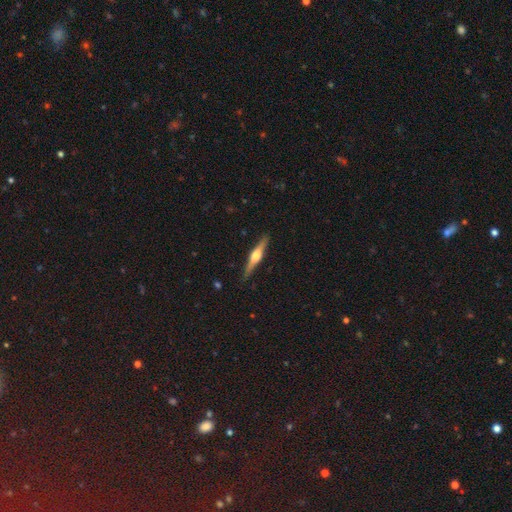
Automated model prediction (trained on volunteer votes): Smooth or featured? Predicted: featured or disk (p=0.76). Edge-on disk? Predicted: yes (p=0.98). Edge-on bulge? Predicted: rounded (p=0.92). Merging? Predicted: none (p=0.90).